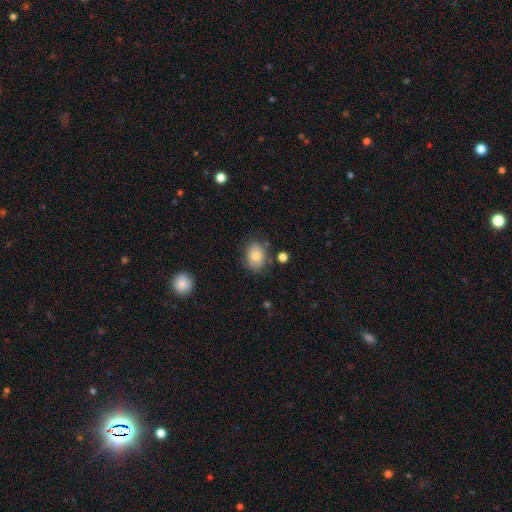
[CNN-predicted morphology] smooth-or-featured: smooth: 81% | featured or disk: 10% | star or artifact: 8%
  how-rounded: in between: 60% | round: 39% | cigar-shaped: 1%
  merging: none: 74% | minor disturbance: 17% | major disturbance: 5% | merger: 4%